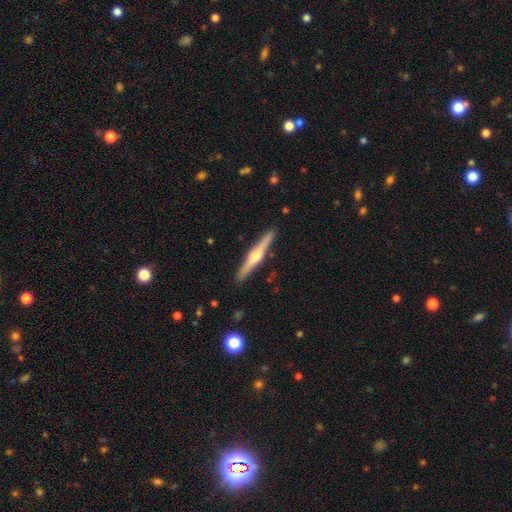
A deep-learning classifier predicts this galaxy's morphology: Smooth or featured?
  - featured or disk: 75% *
  - smooth: 20%
  - star or artifact: 5%
Edge-on disk?
  - yes: 98% *
  - no: 2%
Edge-on bulge?
  - rounded: 92% *
  - boxy: 5%
  - none: 4%
Merging?
  - none: 91% *
  - minor disturbance: 6%
  - major disturbance: 1%
  - merger: 1%